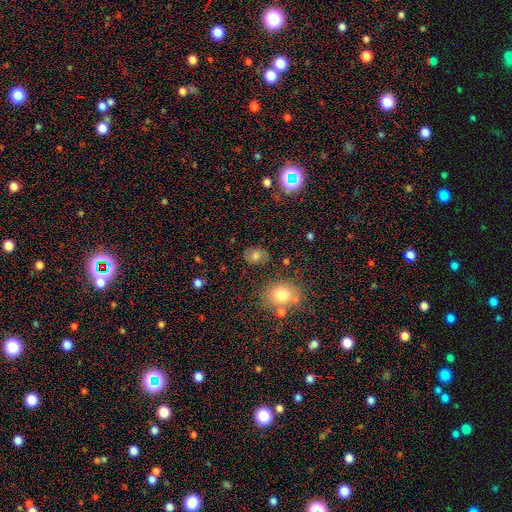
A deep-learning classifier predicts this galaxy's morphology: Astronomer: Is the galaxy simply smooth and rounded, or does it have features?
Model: smooth — 62%.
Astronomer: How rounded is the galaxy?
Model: in between — 56% (runner-up: round, 43%).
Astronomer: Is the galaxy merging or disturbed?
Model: none — 76%.